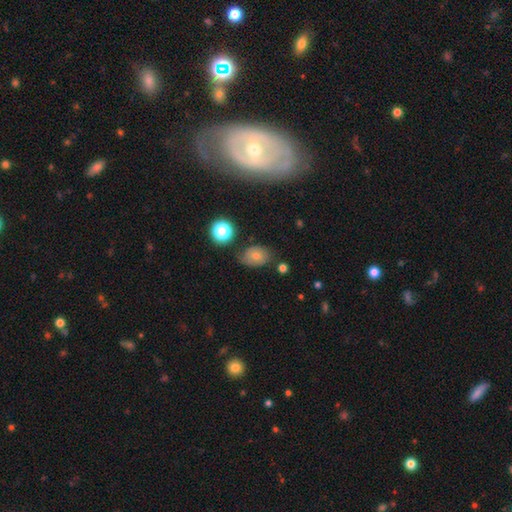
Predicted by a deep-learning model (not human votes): This appears to be a smooth galaxy with no disk features (69%) that is in between round and cigar-shaped (73%). Merging: none (65%).